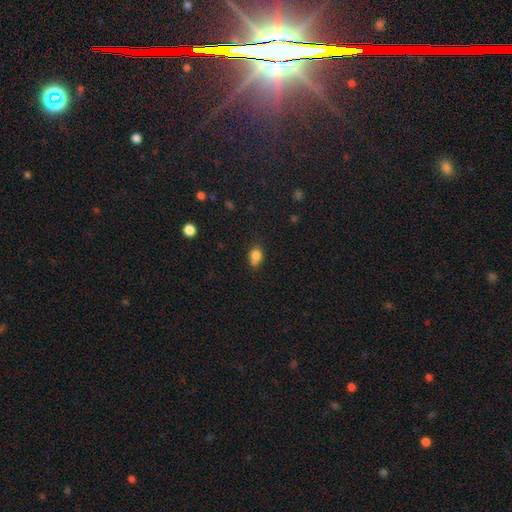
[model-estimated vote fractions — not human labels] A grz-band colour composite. It shows a smooth galaxy with no disk features (82%) that is in between round and cigar-shaped (71%). Merging: none (62%).